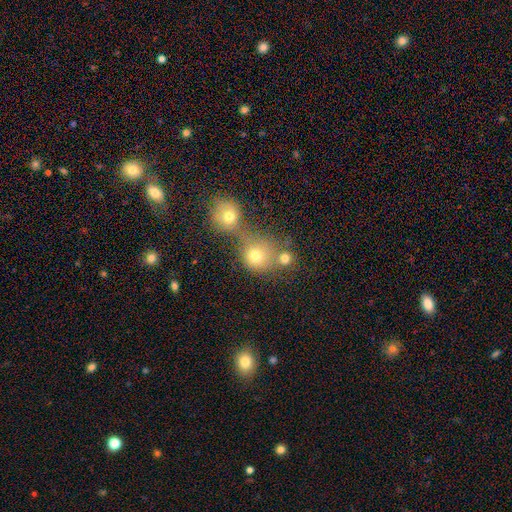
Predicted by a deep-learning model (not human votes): Morphology: type=smooth (73%); roundness=round (84%); merging=merger (46%).